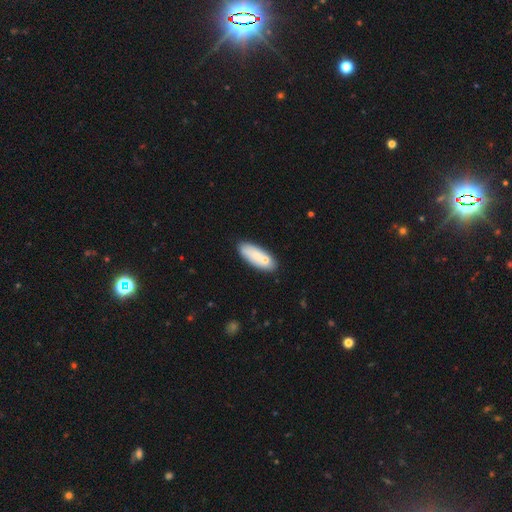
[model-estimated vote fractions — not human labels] Smooth or featured? Predicted: smooth (p=0.75). How rounded? Predicted: in between (p=0.74). Merging? Predicted: none (p=0.69).